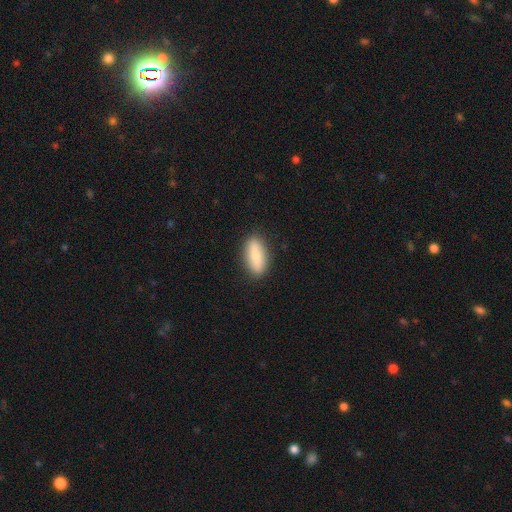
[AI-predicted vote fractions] This is likely a smooth galaxy (74%). How rounded: likely in between (70%). Merging: clearly none (87%).